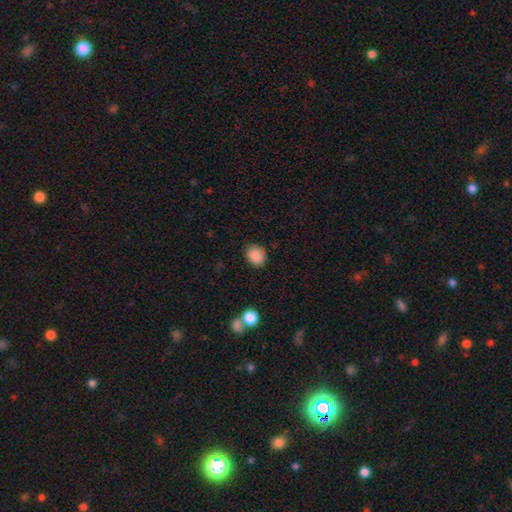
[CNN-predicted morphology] A smooth galaxy with no disk features (88%) that is round (65%). Merging: none (85%).